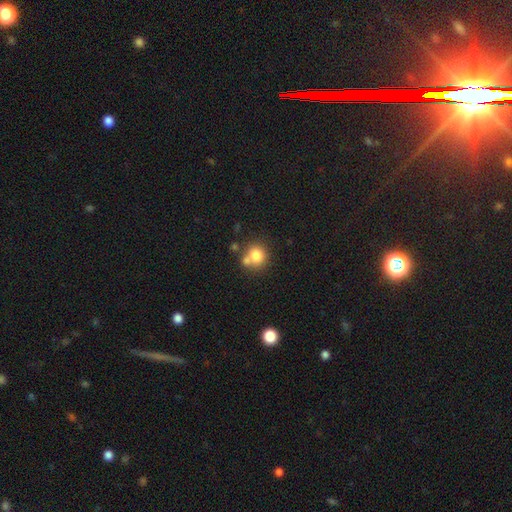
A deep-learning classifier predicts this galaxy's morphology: smooth_or_featured: smooth (p=0.78) [alt: star or artifact p=0.11]
how_rounded: round (p=0.83) [alt: in between p=0.17]
merging: none (p=0.55) [alt: merger p=0.31]